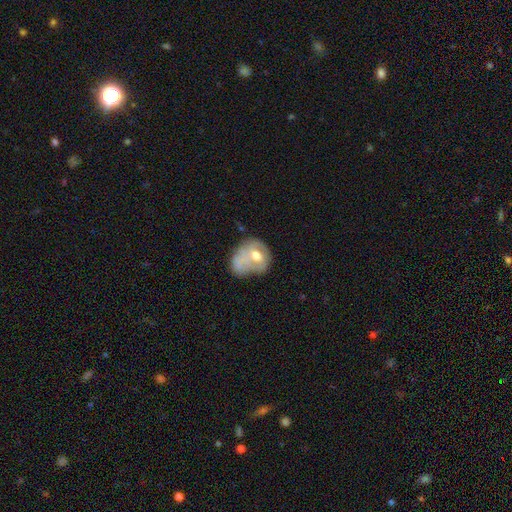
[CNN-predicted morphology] A smooth galaxy with no disk features (50%) that is round (50%). Merging: major disturbance (33%).